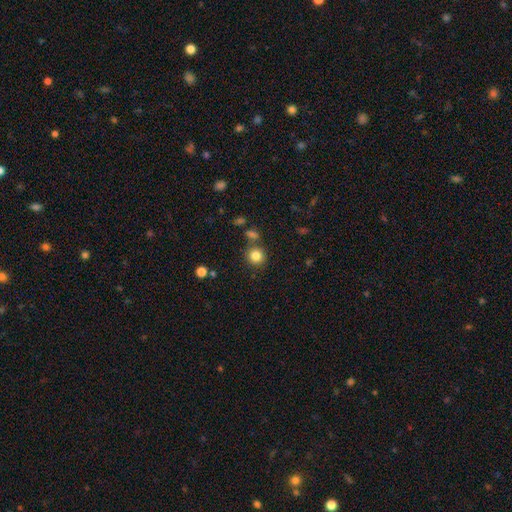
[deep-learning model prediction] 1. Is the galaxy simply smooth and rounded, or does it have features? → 83% smooth, 11% star or artifact, 6% featured or disk.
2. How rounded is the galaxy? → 91% round, 9% in between, 1% cigar-shaped.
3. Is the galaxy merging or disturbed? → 78% none, 10% merger, 9% minor disturbance, 3% major disturbance.